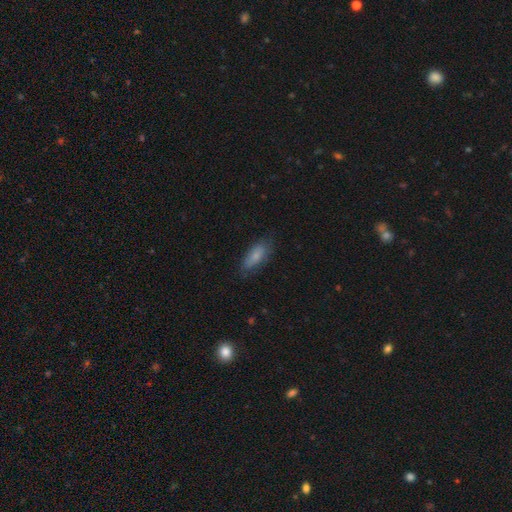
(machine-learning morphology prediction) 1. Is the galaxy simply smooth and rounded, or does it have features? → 77% smooth, 16% featured or disk, 7% star or artifact.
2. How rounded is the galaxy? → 77% in between, 20% cigar-shaped, 2% round.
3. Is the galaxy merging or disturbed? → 72% none, 21% minor disturbance, 6% major disturbance, 1% merger.